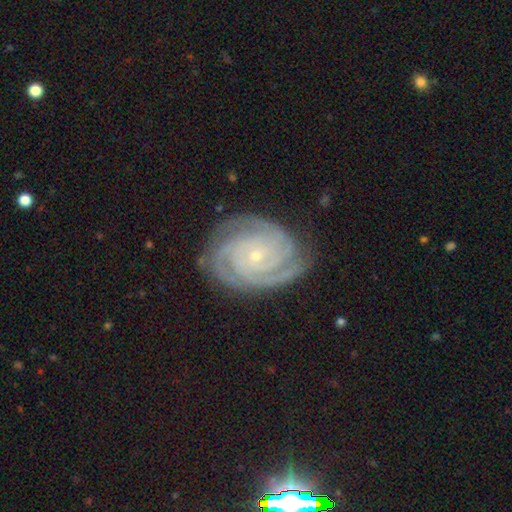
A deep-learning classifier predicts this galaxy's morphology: featured or disk 90%, star or artifact 5%, smooth 4%. Down the decision tree: edge-on disk — no (97%); bar — no (76%); spiral arms — yes (98%); spiral arm count — 3 (36%); spiral winding — tight (83%); bulge size — small (82%); merging — none (81%).